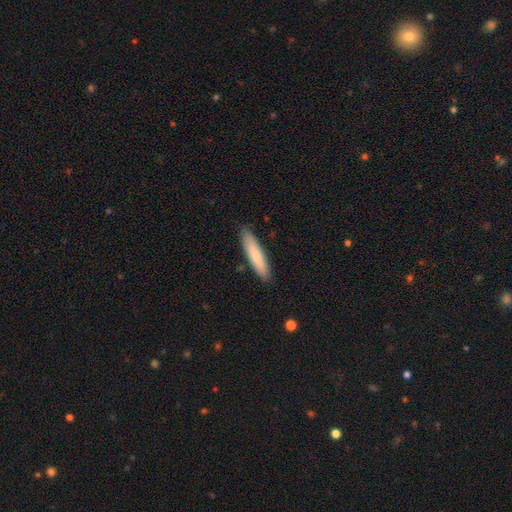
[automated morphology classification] This appears to be a smooth galaxy with no disk features (76%) that is cigar-shaped (83%). Merging: none (88%).